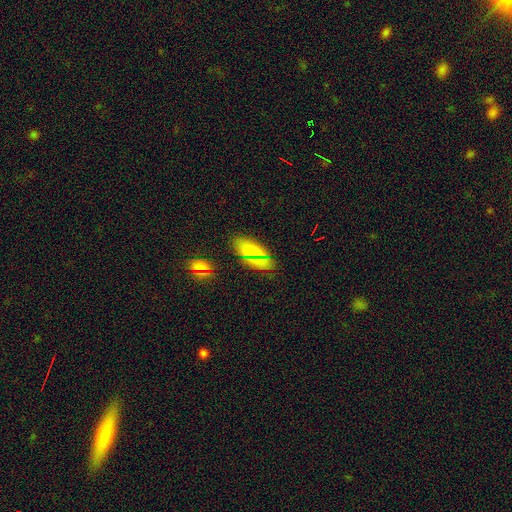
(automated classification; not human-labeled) Overall: smooth (76%). How rounded: in between (87%). Merging: none (85%).